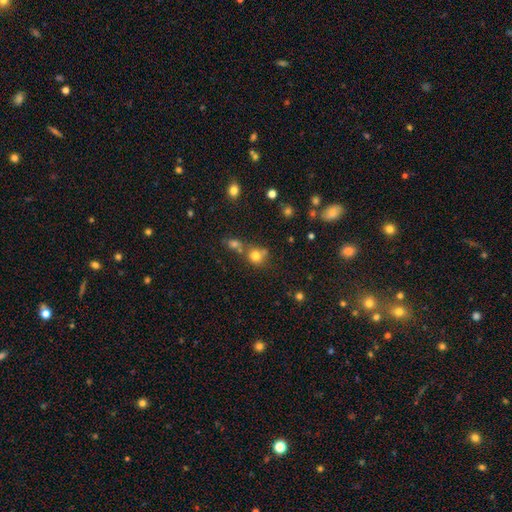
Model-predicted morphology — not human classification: This is likely a smooth galaxy (76%). How rounded: clearly round (85%). Merging: possibly none (57%).